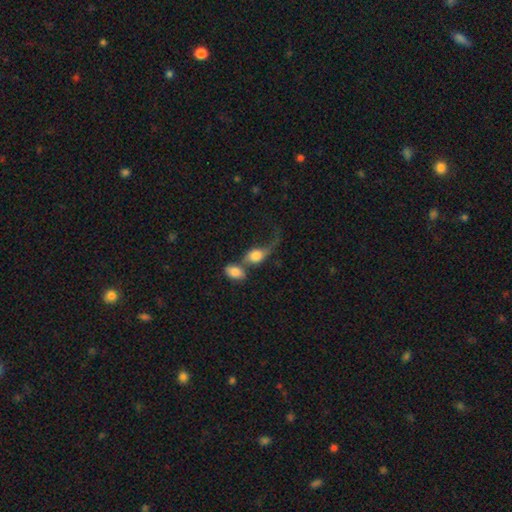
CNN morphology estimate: smooth 65%, featured or disk 26%, star or artifact 9%. Down the decision tree: how rounded — in between (63%); merging — merger (52%).